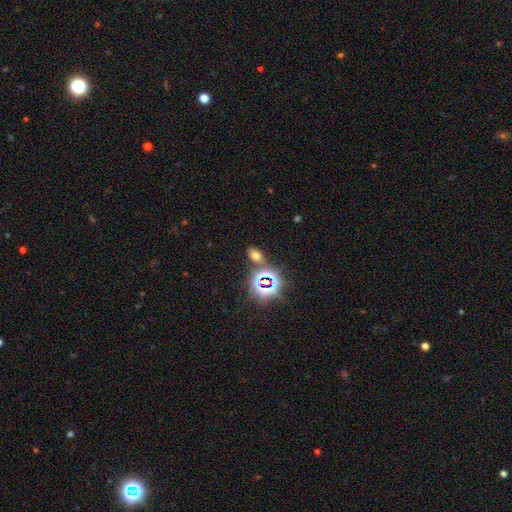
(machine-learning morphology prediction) smooth-or-featured: smooth: 55% | star or artifact: 36% | featured or disk: 9%
  how-rounded: in between: 81% | round: 17% | cigar-shaped: 2%
  merging: none: 78% | minor disturbance: 10% | merger: 8% | major disturbance: 4%